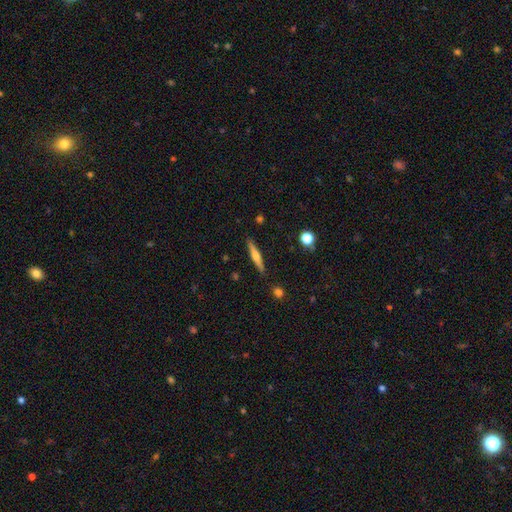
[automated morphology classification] A featured or disk galaxy (50%) viewed edge-on (96%). Merging: none (89%).